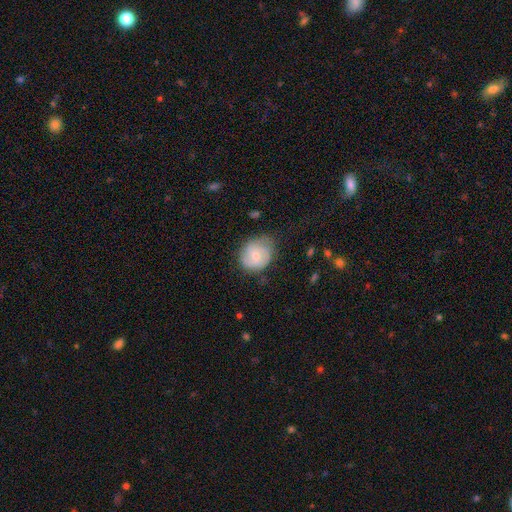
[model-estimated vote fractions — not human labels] Q: Smooth or featured?
A: smooth (57%); runner-up: featured or disk (37%)
Q: How rounded?
A: round (66%); runner-up: in between (33%)
Q: Merging?
A: none (59%); runner-up: minor disturbance (30%)